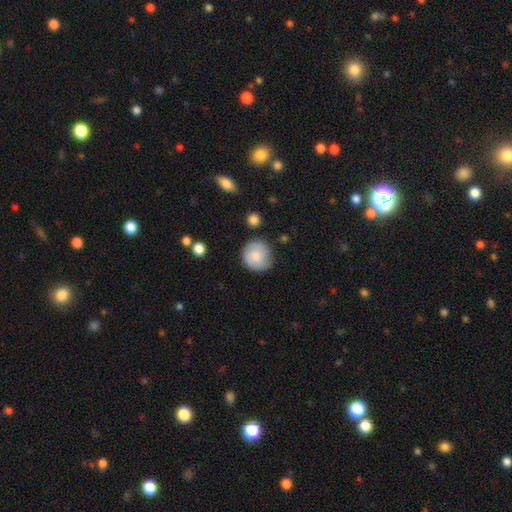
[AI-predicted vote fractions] Overall: smooth (73%). How rounded: round (90%). Merging: none (74%).